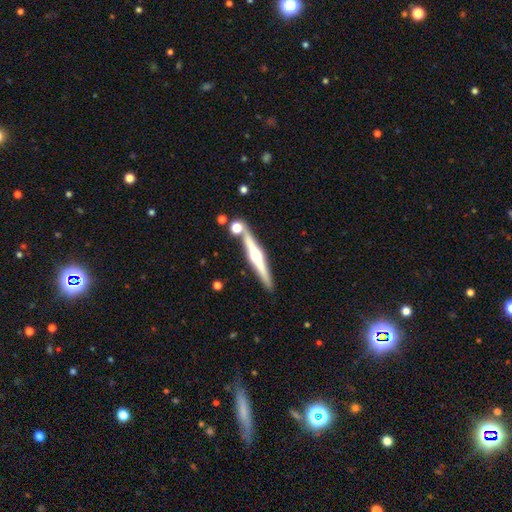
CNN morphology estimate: This is likely a featured or disk galaxy (73%). It is clearly viewed edge-on (98%). Edge-on bulge: clearly rounded (91%). Merging: clearly none (82%).